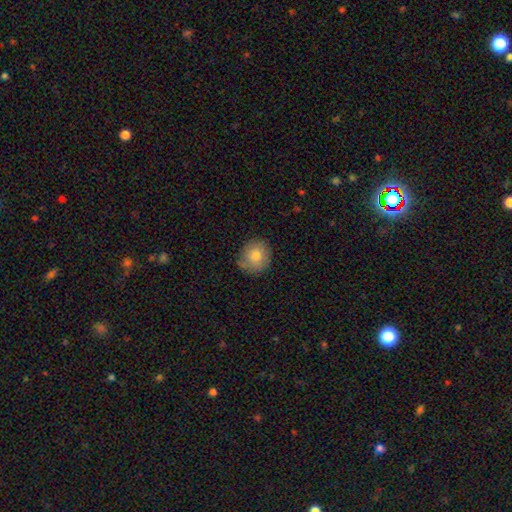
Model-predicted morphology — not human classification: Smooth or featured: smooth — 79% (featured or disk — 12%)
How rounded: round — 83% (in between — 16%)
Merging: none — 79% (minor disturbance — 17%)